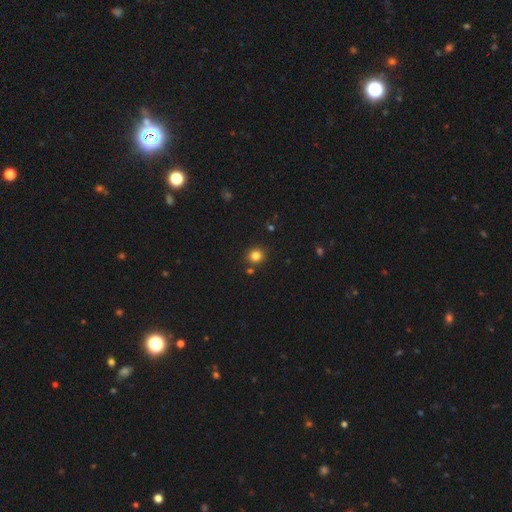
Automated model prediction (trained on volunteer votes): smooth 82%, star or artifact 13%, featured or disk 5%. Down the decision tree: how rounded — round (90%); merging — none (86%).